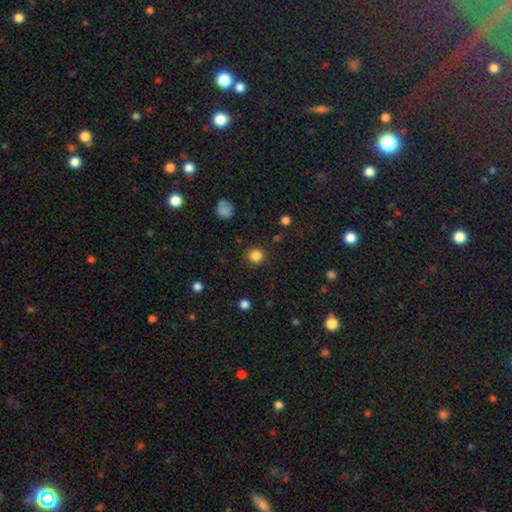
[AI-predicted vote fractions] smooth-or-featured: smooth: 84% | star or artifact: 12% | featured or disk: 4%
  how-rounded: round: 91% | in between: 8% | cigar-shaped: 1%
  merging: none: 89% | minor disturbance: 7% | major disturbance: 3% | merger: 1%